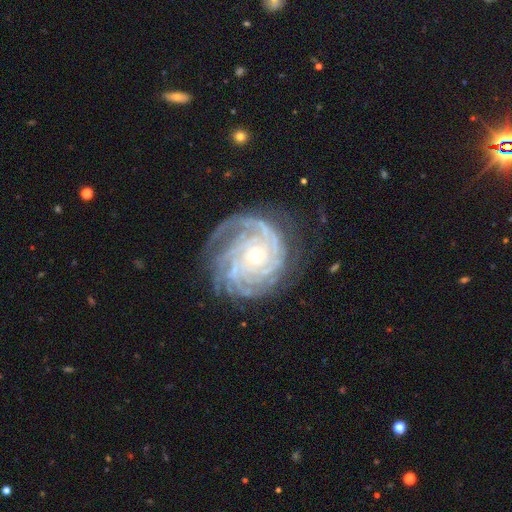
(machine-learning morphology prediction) Q: Smooth or featured?
A: featured or disk (90%); runner-up: star or artifact (6%)
Q: Edge-on disk?
A: no (97%); runner-up: yes (3%)
Q: Bar?
A: no (79%); runner-up: weak (15%)
Q: Spiral arms?
A: yes (98%); runner-up: no (2%)
Q: Spiral winding?
A: tight (79%); runner-up: medium (18%)
Q: Spiral arm count?
A: more than 4 (27%); runner-up: 4 (24%)
Q: Bulge size?
A: small (73%); runner-up: moderate (23%)
Q: Merging?
A: none (72%); runner-up: minor disturbance (17%)